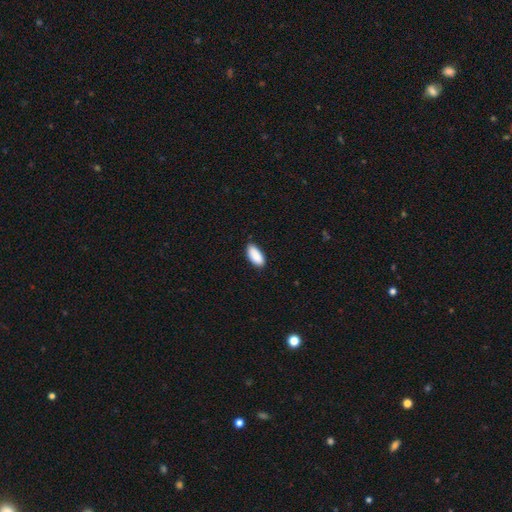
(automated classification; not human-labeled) smooth-or-featured: smooth: 90% | star or artifact: 6% | featured or disk: 3%
  how-rounded: in between: 92% | cigar-shaped: 7% | round: 2%
  merging: none: 85% | minor disturbance: 13% | major disturbance: 2% | merger: 1%